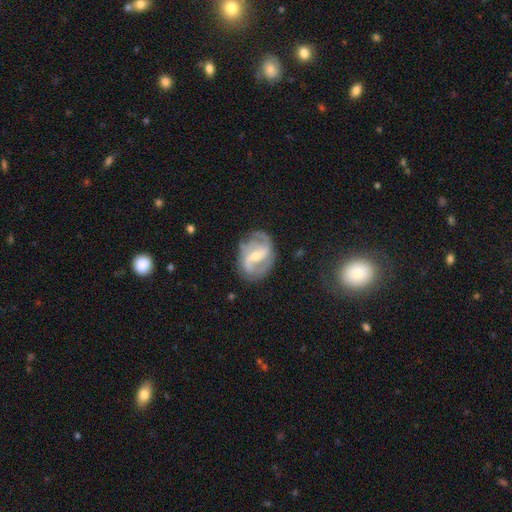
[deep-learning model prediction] Smooth or featured? Predicted: featured or disk (p=0.86). Edge-on disk? Predicted: no (p=0.97). Bar? Predicted: weak (p=0.43). Spiral arms? Predicted: yes (p=0.94). Spiral winding? Predicted: medium (p=0.47). Spiral arm count? Predicted: 2 (p=0.75). Bulge size? Predicted: moderate (p=0.49). Merging? Predicted: none (p=0.75).